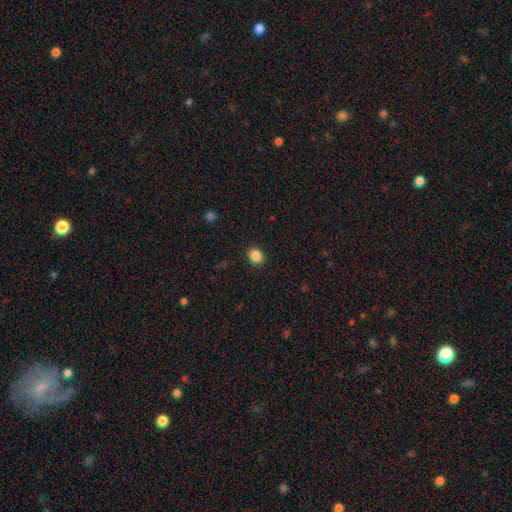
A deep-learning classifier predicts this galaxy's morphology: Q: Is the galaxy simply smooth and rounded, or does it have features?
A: smooth — 86%.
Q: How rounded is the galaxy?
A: round — 67%.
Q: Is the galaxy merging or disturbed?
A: none — 91%.